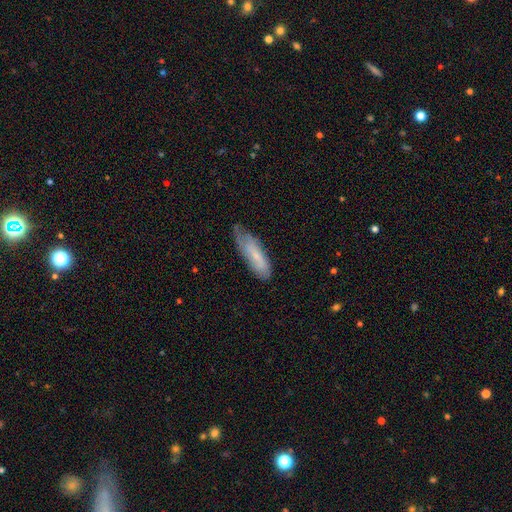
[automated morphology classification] This appears to be a smooth galaxy with no disk features (57%) that is cigar-shaped (53%). Merging: none (53%).